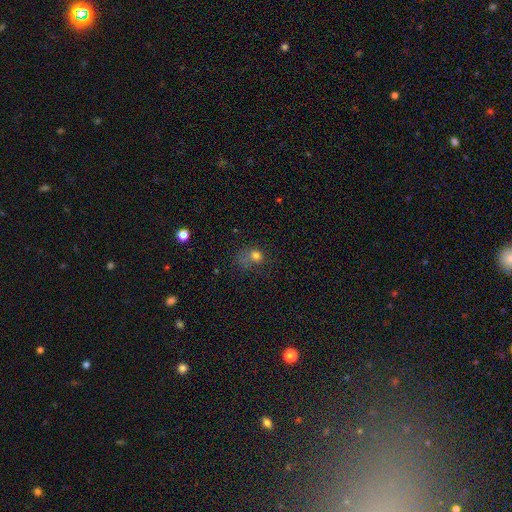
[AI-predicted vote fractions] The model was most divided on "merging": none: 36%, major disturbance: 32%, minor disturbance: 24%, merger: 8%. More confident: smooth or featured — smooth (70%); how rounded — round (63%).